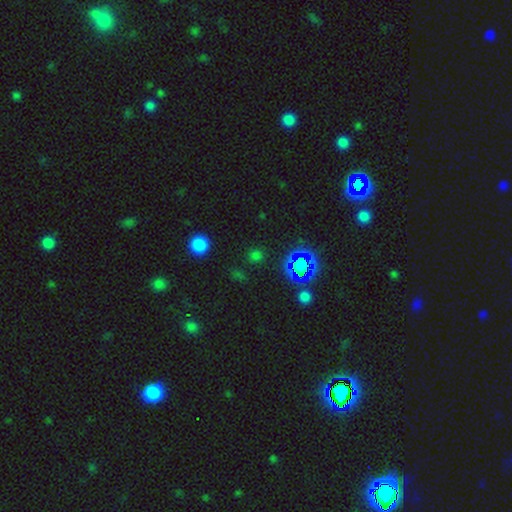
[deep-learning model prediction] This appears to be a smooth galaxy with no disk features (48%). Merging: none (83%).